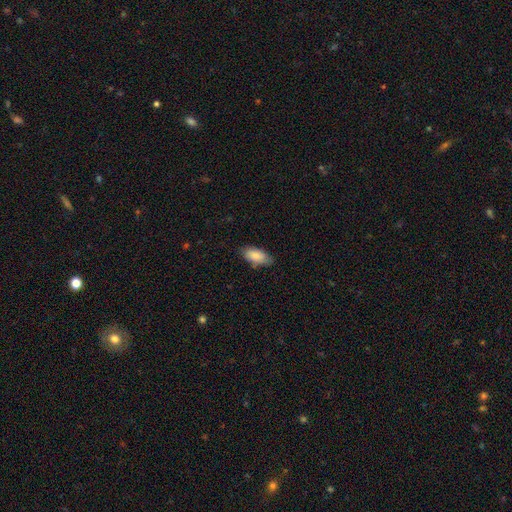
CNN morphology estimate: smooth-or-featured: smooth: 85% | featured or disk: 8% | star or artifact: 6%
  how-rounded: in between: 90% | cigar-shaped: 8% | round: 2%
  merging: none: 79% | minor disturbance: 17% | major disturbance: 3% | merger: 1%